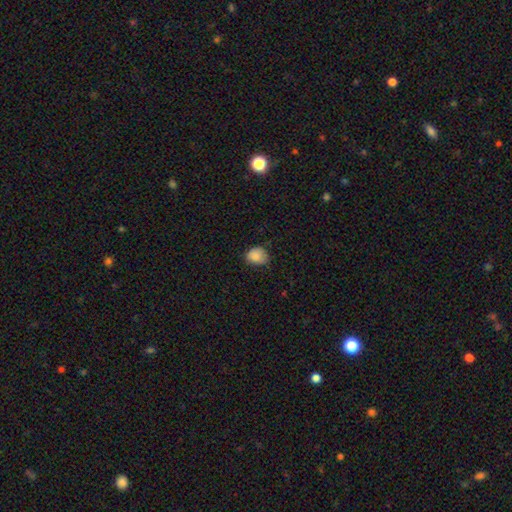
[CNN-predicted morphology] This is clearly a smooth galaxy (85%). How rounded: possibly in between (51%). Merging: possibly none (60%).